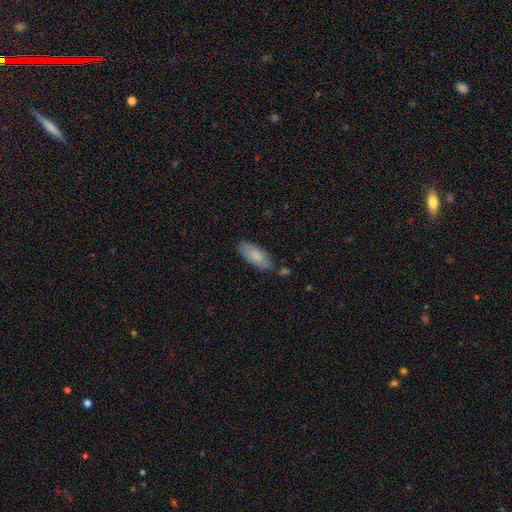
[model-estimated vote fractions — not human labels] A smooth galaxy with no disk features (81%) that is in between round and cigar-shaped (79%). Merging: none (70%).